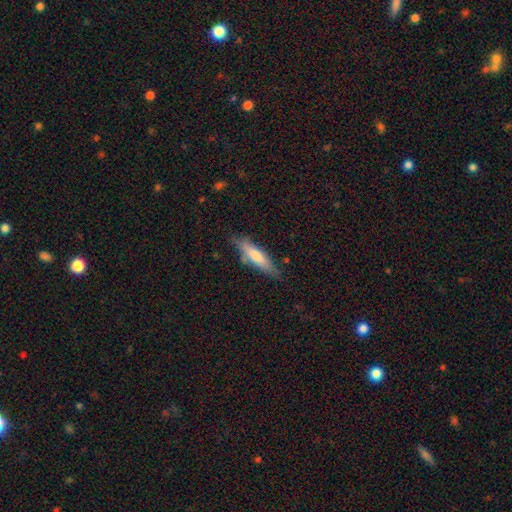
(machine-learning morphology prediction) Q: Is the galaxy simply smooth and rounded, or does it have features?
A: smooth — 62%.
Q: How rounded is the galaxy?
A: cigar-shaped — 74%.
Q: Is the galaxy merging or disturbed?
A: none — 77%.